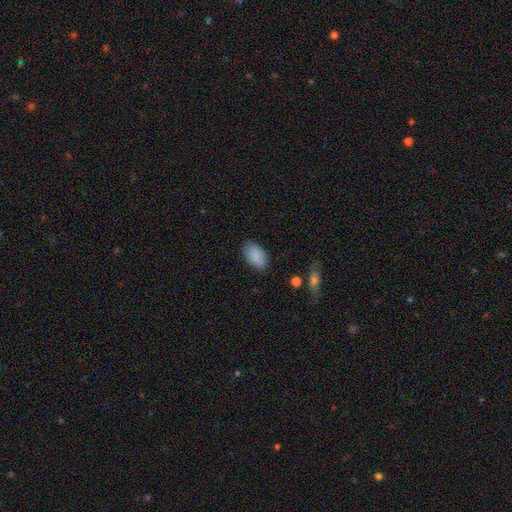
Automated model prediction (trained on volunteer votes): Q: Smooth or featured?
A: smooth (88%); runner-up: star or artifact (7%)
Q: How rounded?
A: in between (93%); runner-up: round (5%)
Q: Merging?
A: none (83%); runner-up: minor disturbance (12%)